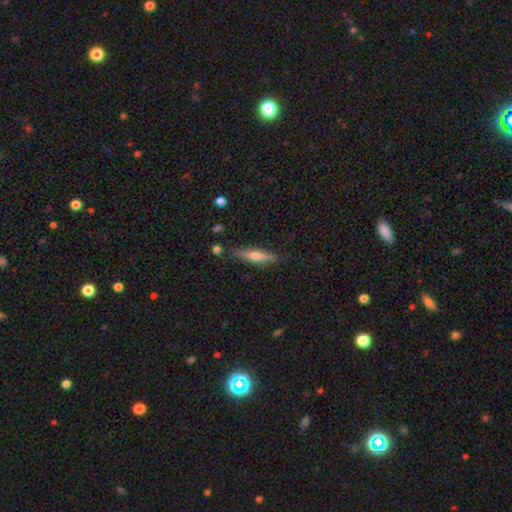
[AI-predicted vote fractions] Smooth or featured?
  - smooth: 47% *
  - featured or disk: 46%
  - star or artifact: 6%
Merging?
  - none: 84% *
  - minor disturbance: 11%
  - major disturbance: 2%
  - merger: 2%